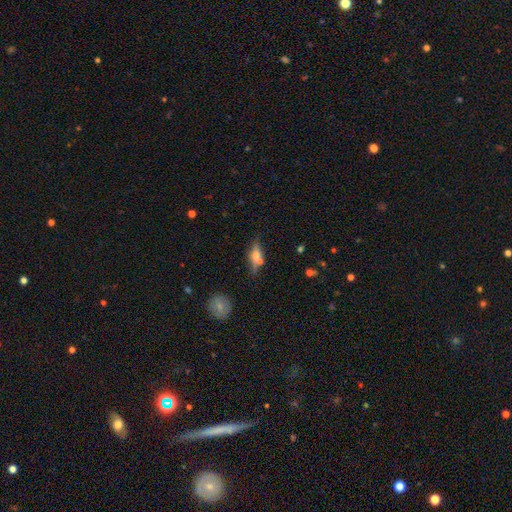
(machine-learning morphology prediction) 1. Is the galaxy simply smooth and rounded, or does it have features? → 48% smooth, 42% featured or disk, 10% star or artifact.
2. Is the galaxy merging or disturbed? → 64% none, 16% minor disturbance, 15% merger, 6% major disturbance.